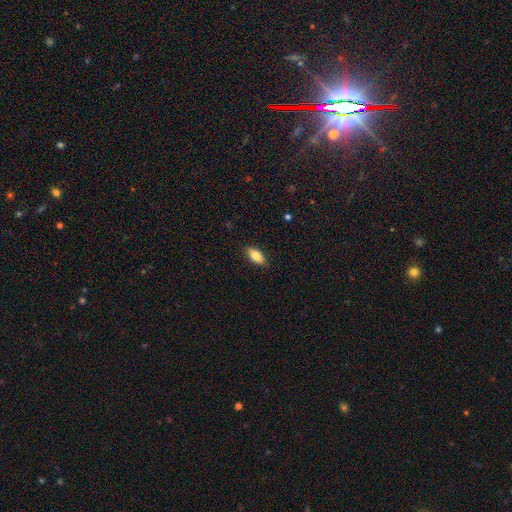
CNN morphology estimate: Smooth or featured: smooth — 82% (featured or disk — 12%)
How rounded: in between — 89% (cigar-shaped — 9%)
Merging: none — 87% (minor disturbance — 10%)